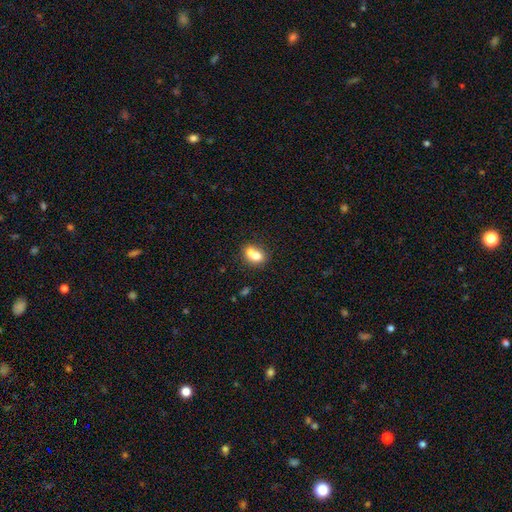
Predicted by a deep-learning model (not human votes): Q: Smooth or featured?
A: smooth (71%); runner-up: featured or disk (20%)
Q: How rounded?
A: in between (59%); runner-up: round (39%)
Q: Merging?
A: merger (55%); runner-up: none (30%)